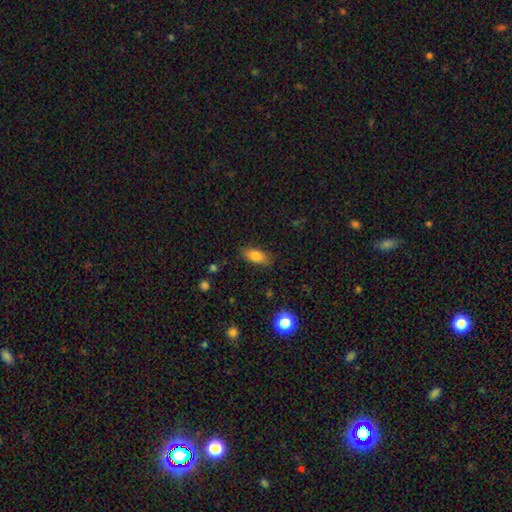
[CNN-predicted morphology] Overall: smooth (81%). How rounded: in between (84%). Merging: none (84%).